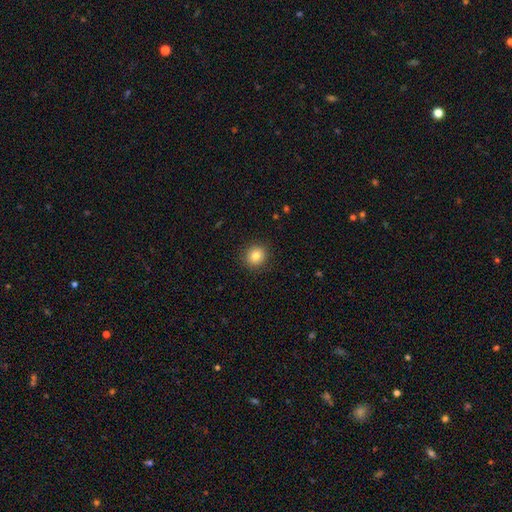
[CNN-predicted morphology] smooth-or-featured: smooth: 83% | star or artifact: 10% | featured or disk: 7%
  how-rounded: round: 84% | in between: 15% | cigar-shaped: 1%
  merging: none: 90% | minor disturbance: 7% | major disturbance: 2% | merger: 1%